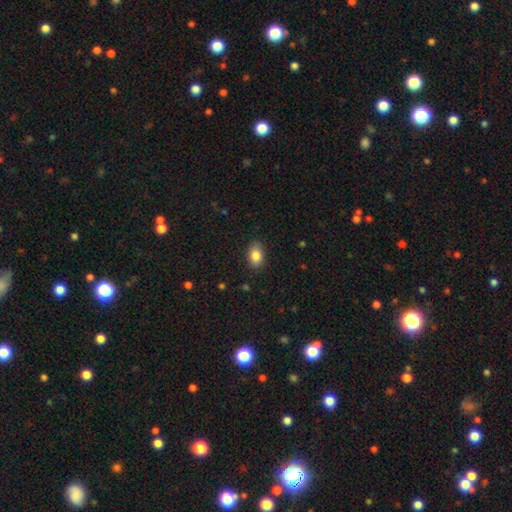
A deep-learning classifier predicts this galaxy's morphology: Smooth or featured: smooth — 85% (star or artifact — 8%)
How rounded: in between — 88% (round — 11%)
Merging: none — 86% (minor disturbance — 11%)